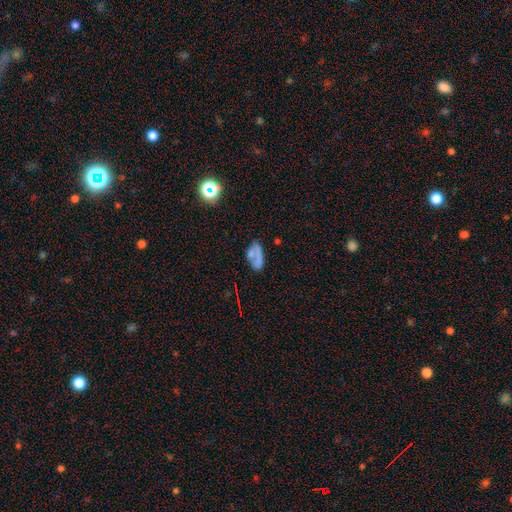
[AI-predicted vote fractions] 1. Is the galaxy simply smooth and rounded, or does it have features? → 58% smooth, 28% featured or disk, 14% star or artifact.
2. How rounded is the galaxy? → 88% in between, 7% round, 5% cigar-shaped.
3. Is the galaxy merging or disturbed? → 46% none, 23% minor disturbance, 16% major disturbance, 15% merger.